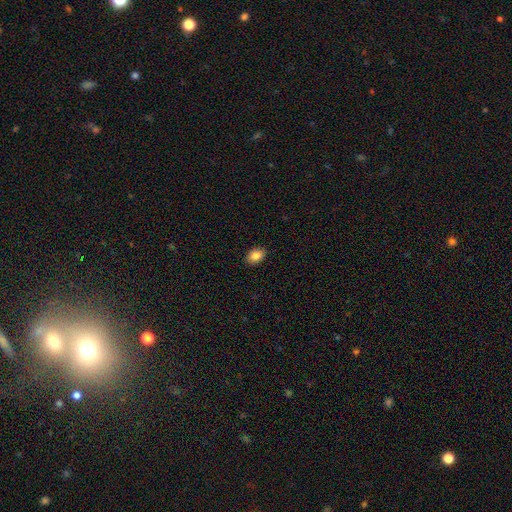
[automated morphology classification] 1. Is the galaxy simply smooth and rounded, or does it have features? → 85% smooth, 8% star or artifact, 6% featured or disk.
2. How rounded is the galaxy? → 77% in between, 22% round, 1% cigar-shaped.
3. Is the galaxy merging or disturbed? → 90% none, 7% minor disturbance, 2% major disturbance, 1% merger.